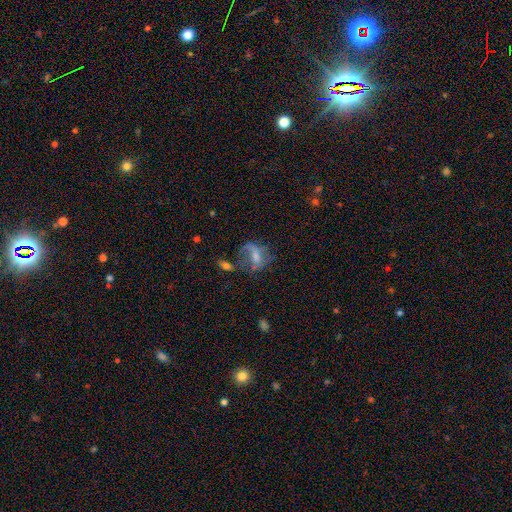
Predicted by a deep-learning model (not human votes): smooth-or-featured: featured or disk: 53% | smooth: 35% | star or artifact: 12%
  disk-edge-on: no: 95% | yes: 5%
    bar: no: 45% | weak: 39% | strong: 15%
    has-spiral-arms: yes: 57% | no: 43%
    bulge-size: moderate: 36% | small: 31% | none: 24% | large: 8% | dominant: 2%
  merging: major disturbance: 40% | none: 32% | minor disturbance: 19% | merger: 8%